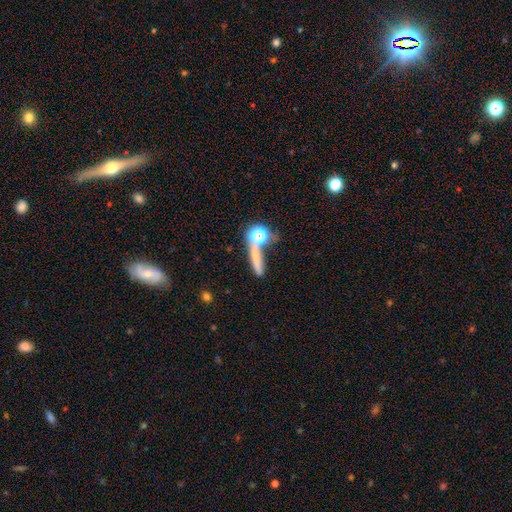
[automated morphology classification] This is possibly a smooth galaxy (58%). How rounded: likely cigar-shaped (66%). Merging: possibly none (57%).